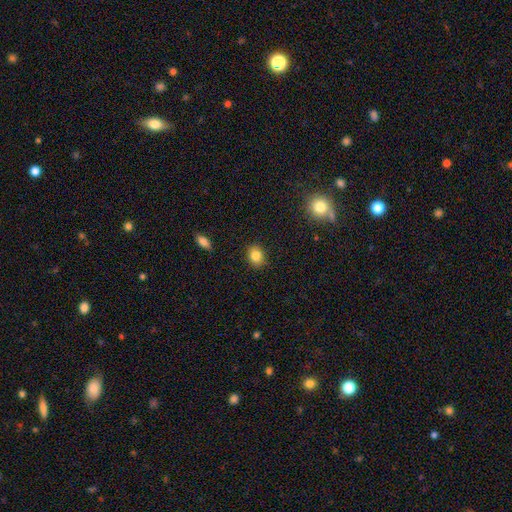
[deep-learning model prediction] smooth_or_featured: smooth (p=0.84) [alt: star or artifact p=0.10]
how_rounded: round (p=0.53) [alt: in between p=0.46]
merging: none (p=0.88) [alt: minor disturbance p=0.09]